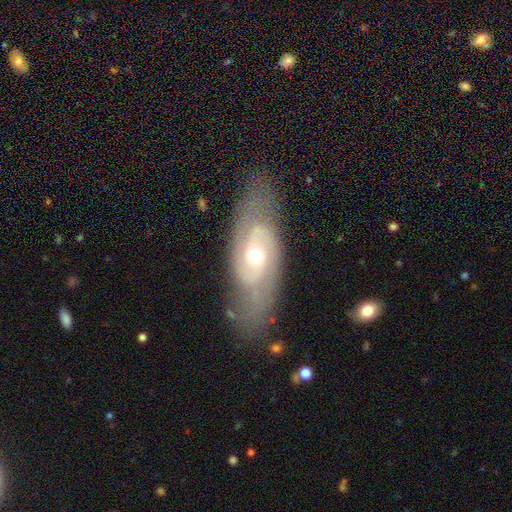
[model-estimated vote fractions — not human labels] smooth_or_featured: featured or disk (p=0.83) [alt: smooth p=0.12]
disk_edge_on: no (p=0.91) [alt: yes p=0.09]
bar: no (p=0.57) [alt: weak p=0.34]
has_spiral_arms: yes (p=0.91) [alt: no p=0.09]
spiral_winding: tight (p=0.45) [alt: medium p=0.42]
spiral_arm_count: 2 (p=0.76) [alt: can't tell p=0.14]
bulge_size: moderate (p=0.57) [alt: small p=0.37]
merging: none (p=0.80) [alt: minor disturbance p=0.14]